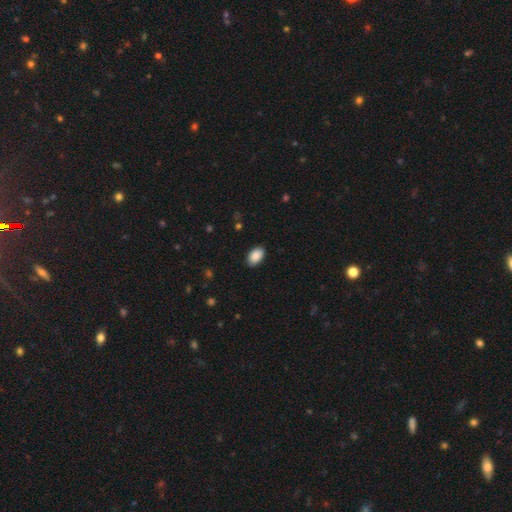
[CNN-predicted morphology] This appears to be a smooth galaxy with no disk features (89%) that is in between round and cigar-shaped (93%). Merging: none (87%).